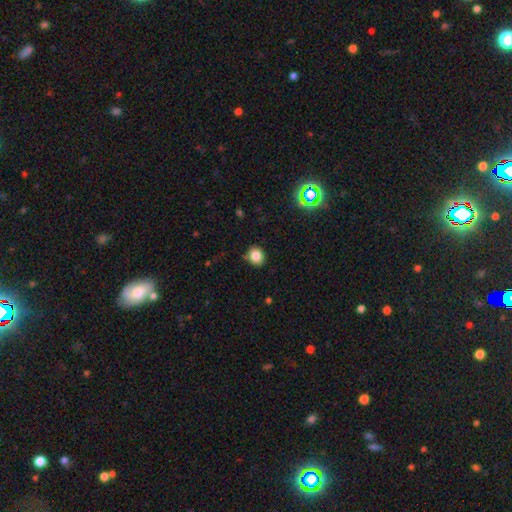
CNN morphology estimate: This appears to be a smooth galaxy with no disk features (83%) that is round (72%). Merging: none (84%).